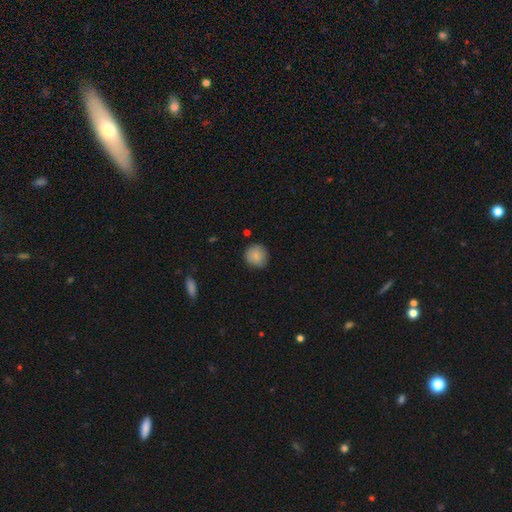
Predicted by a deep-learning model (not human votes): A smooth galaxy with no disk features (86%) that is round (91%). Merging: none (83%).